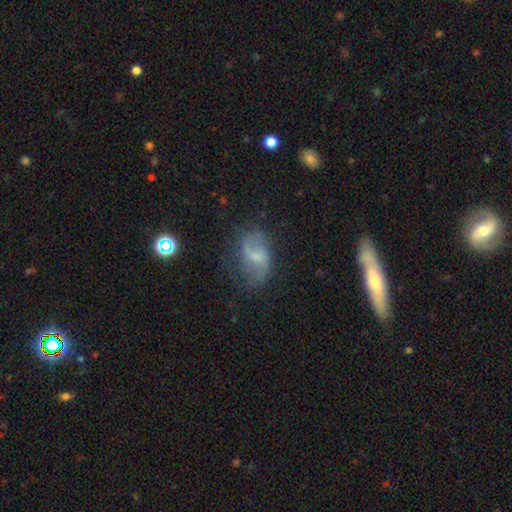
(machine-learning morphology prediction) The model was most divided on "bar": weak: 51%, no: 36%, strong: 12%. Remaining: edge-on disk — no (96%); spiral arms — yes (85%); spiral arm count — 2 (82%); smooth or featured — featured or disk (64%); spiral winding — loose (60%); merging — none (59%); bulge size — small (45%).